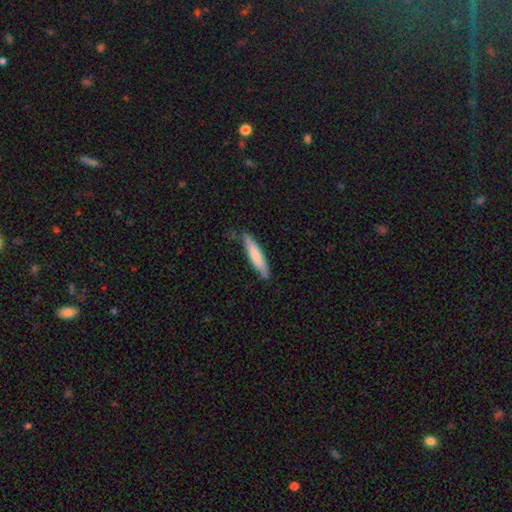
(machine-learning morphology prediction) smooth 72%, featured or disk 23%, star or artifact 5%. Down the decision tree: how rounded — cigar-shaped (84%); merging — none (73%).